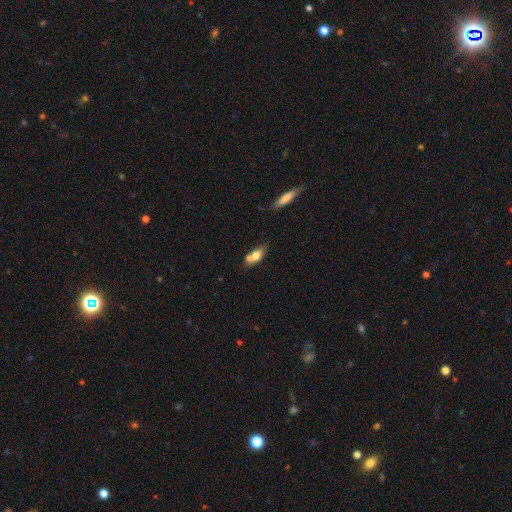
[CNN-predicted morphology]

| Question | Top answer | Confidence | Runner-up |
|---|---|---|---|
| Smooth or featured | smooth | 67% | featured or disk (25%) |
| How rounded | in between | 72% | cigar-shaped (21%) |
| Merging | none | 47% | merger (35%) |